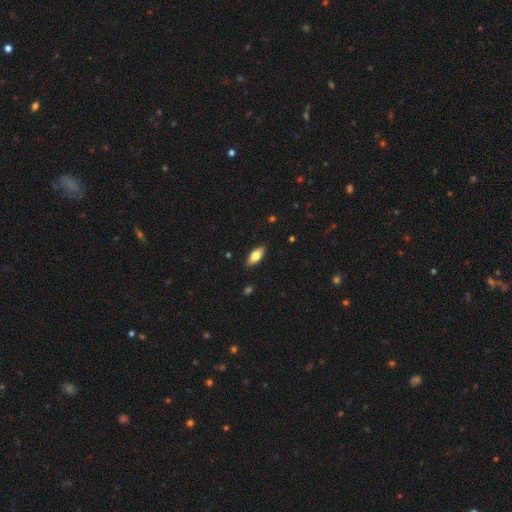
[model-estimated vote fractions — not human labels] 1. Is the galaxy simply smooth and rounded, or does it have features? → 73% smooth, 21% featured or disk, 6% star or artifact.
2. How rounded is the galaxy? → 82% in between, 16% cigar-shaped, 2% round.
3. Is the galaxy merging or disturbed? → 88% none, 9% minor disturbance, 2% major disturbance, 1% merger.